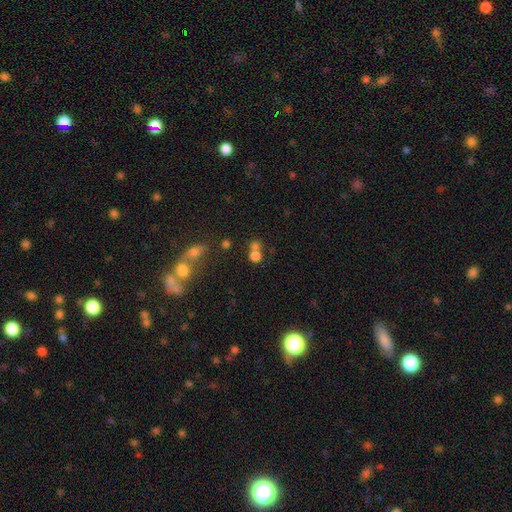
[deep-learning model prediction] Smooth or featured? Predicted: smooth (p=0.72). How rounded? Predicted: round (p=0.82). Merging? Predicted: none (p=0.47).